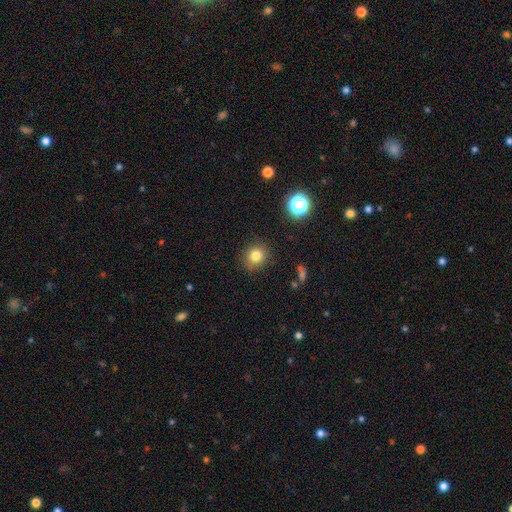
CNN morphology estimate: type=smooth (81%); roundness=round (86%); merging=none (86%).